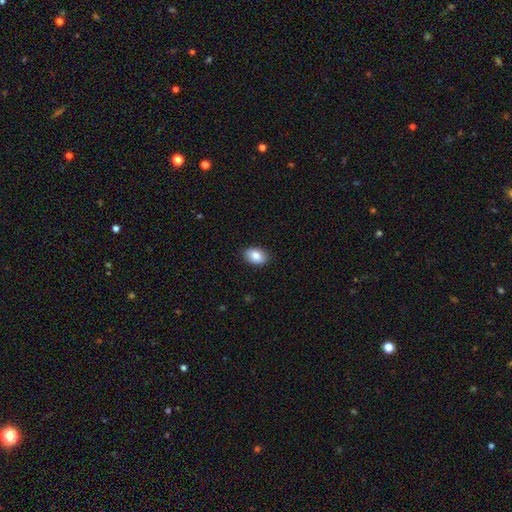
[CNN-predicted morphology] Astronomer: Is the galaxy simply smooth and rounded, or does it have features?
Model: smooth — 84%.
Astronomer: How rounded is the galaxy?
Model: in between — 84%.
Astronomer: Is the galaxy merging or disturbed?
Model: none — 89%.